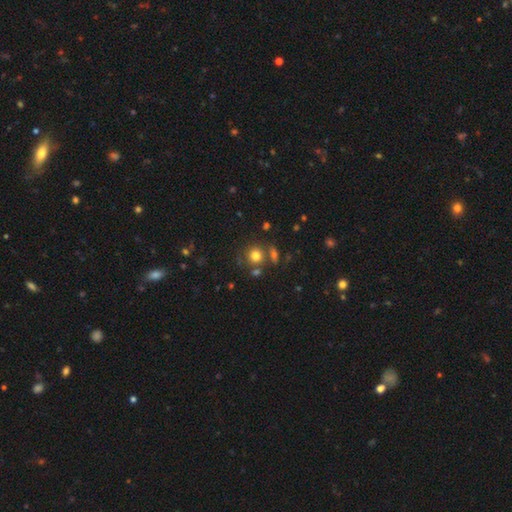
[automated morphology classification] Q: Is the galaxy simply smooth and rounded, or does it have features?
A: smooth — 77%.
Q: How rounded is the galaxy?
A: round — 86%.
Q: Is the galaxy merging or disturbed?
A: none — 68%.